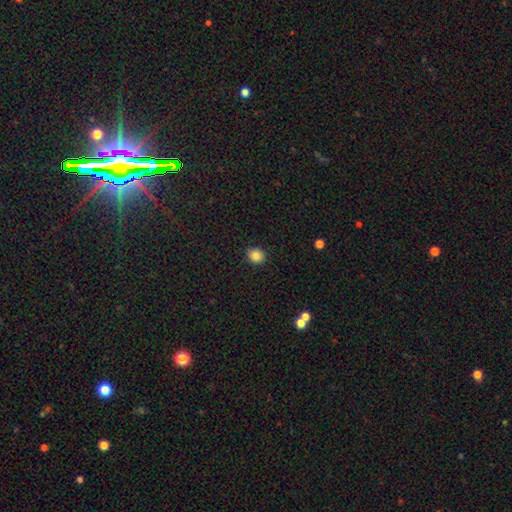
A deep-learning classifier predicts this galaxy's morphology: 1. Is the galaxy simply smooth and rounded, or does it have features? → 84% smooth, 11% star or artifact, 6% featured or disk.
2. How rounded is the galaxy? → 76% round, 23% in between, 1% cigar-shaped.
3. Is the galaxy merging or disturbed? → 89% none, 8% minor disturbance, 2% major disturbance, 1% merger.